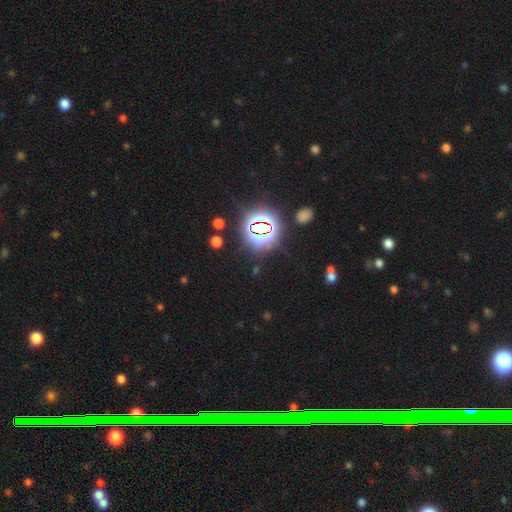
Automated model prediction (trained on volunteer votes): Q: Smooth or featured?
A: star or artifact (80%); runner-up: smooth (12%)